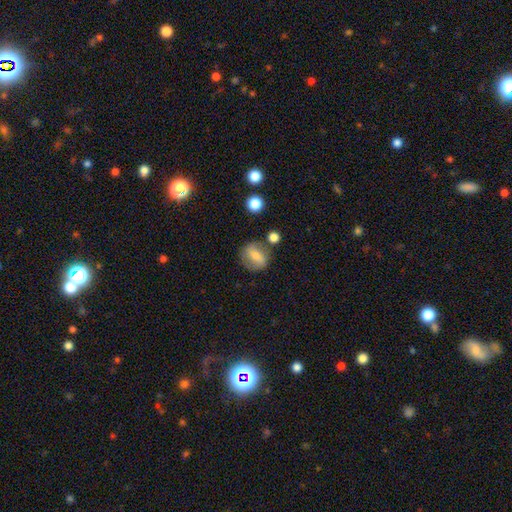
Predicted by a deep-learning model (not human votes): Q: Smooth or featured?
A: smooth (52%); runner-up: featured or disk (39%)
Q: How rounded?
A: round (68%); runner-up: in between (30%)
Q: Merging?
A: none (72%); runner-up: minor disturbance (16%)